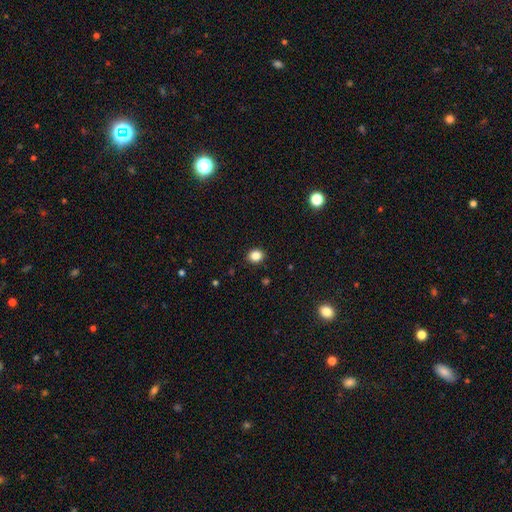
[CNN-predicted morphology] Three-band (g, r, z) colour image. It shows a smooth galaxy with no disk features (85%) that is round (70%). Merging: none (90%).